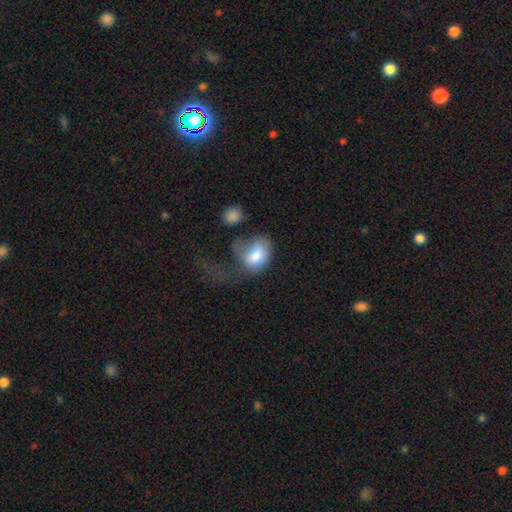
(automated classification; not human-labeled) This appears to be a smooth galaxy with no disk features (73%) that is in between round and cigar-shaped (77%). Merging: major disturbance (57%).